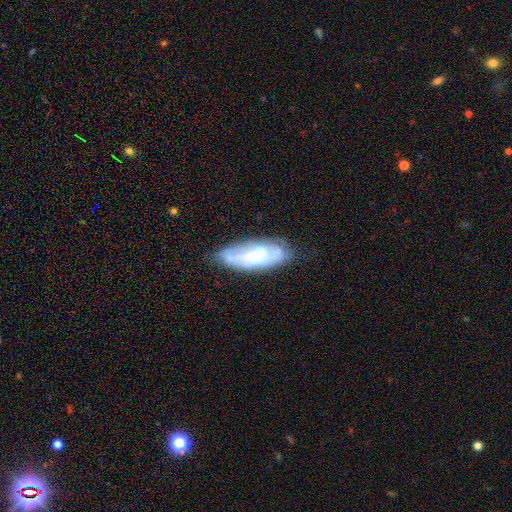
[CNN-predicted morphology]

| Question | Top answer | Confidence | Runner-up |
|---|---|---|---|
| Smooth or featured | featured or disk | 59% | smooth (33%) |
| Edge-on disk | no | 83% | yes (17%) |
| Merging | none | 65% | minor disturbance (23%) |